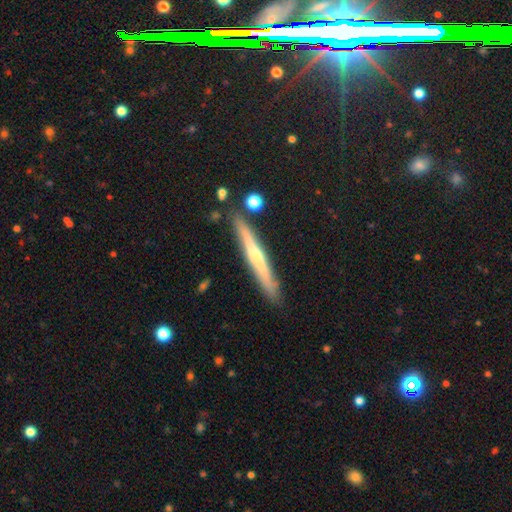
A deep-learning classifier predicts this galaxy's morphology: This is possibly a featured or disk galaxy (55%). It is clearly viewed edge-on (95%). Edge-on bulge: marginally none (45%). Merging: clearly none (86%).